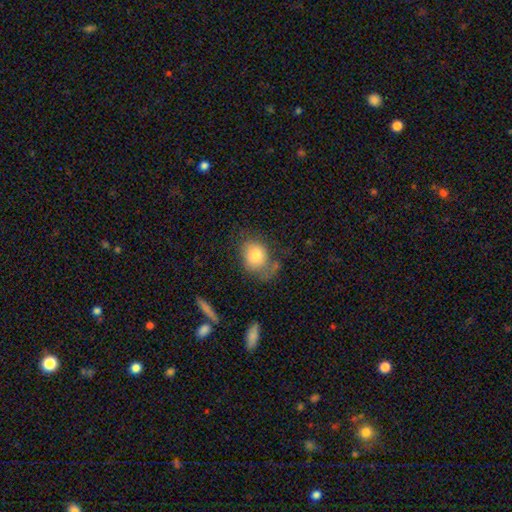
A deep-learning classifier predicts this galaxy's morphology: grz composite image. It shows a smooth galaxy with no disk features (73%) that is in between round and cigar-shaped (53%). Merging: none (39%).